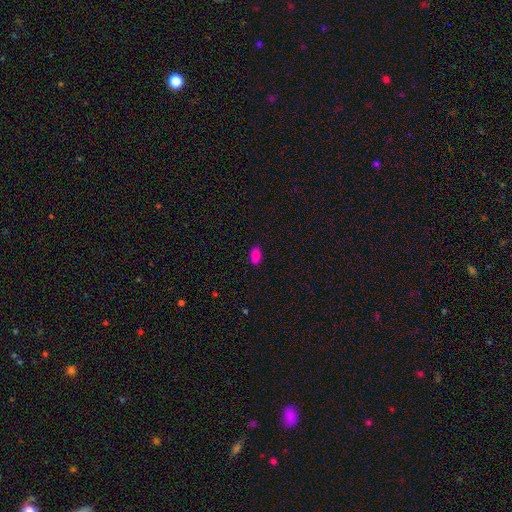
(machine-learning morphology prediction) A smooth galaxy with no disk features (85%) that is in between round and cigar-shaped (93%). Merging: none (88%).